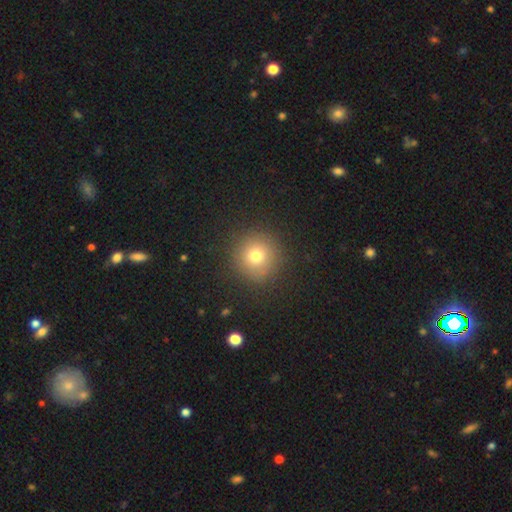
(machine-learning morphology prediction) This appears to be a smooth galaxy with no disk features (74%) that is round (94%). Merging: none (89%).